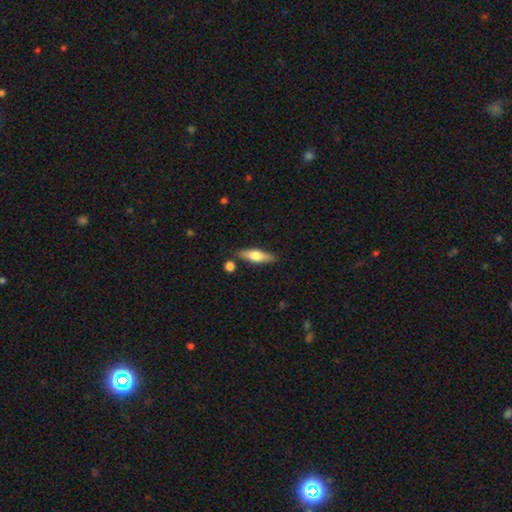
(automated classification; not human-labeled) A smooth galaxy with no disk features (51%) that is cigar-shaped (61%).

Vote fractions:
- Smooth or featured? smooth: 51% / featured or disk: 43% / star or artifact: 6%
- How rounded? cigar-shaped: 61% / in between: 36% / round: 3%
- Merging? none: 82% / minor disturbance: 11% / merger: 5% / major disturbance: 2%